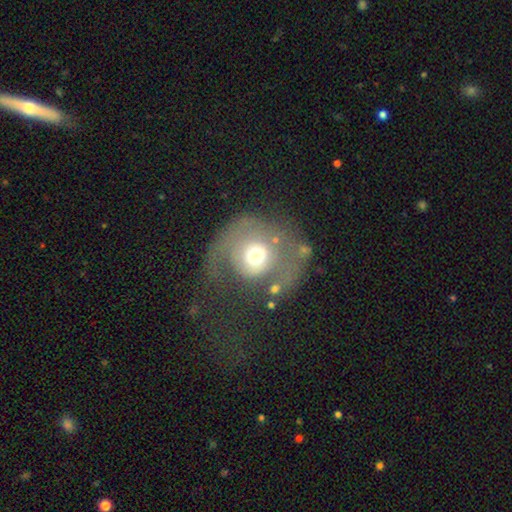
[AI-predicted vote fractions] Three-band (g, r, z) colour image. It shows a smooth galaxy with no disk features (47%). Merging: major disturbance (45%).